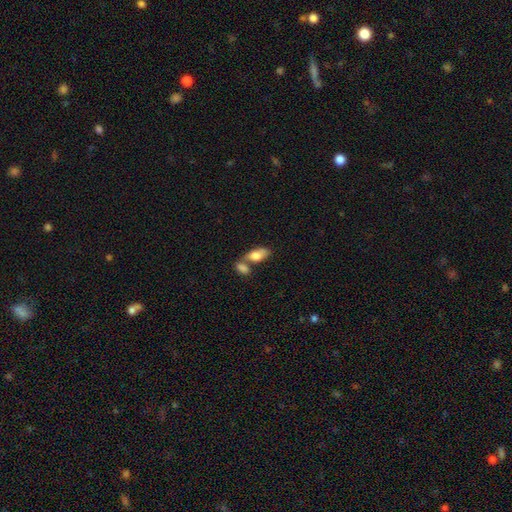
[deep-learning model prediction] This appears to be a smooth galaxy with no disk features (77%) that is in between round and cigar-shaped (89%). Merging: merger (47%).